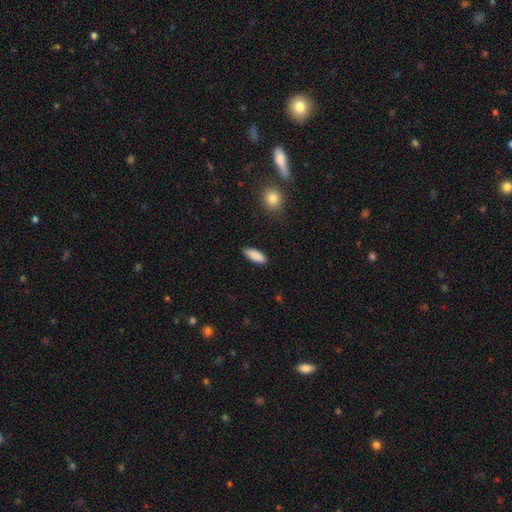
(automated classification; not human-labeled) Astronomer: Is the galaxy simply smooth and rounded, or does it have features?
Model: smooth — 88%.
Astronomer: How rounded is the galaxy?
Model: in between — 74%.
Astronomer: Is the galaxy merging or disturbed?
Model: none — 84%.